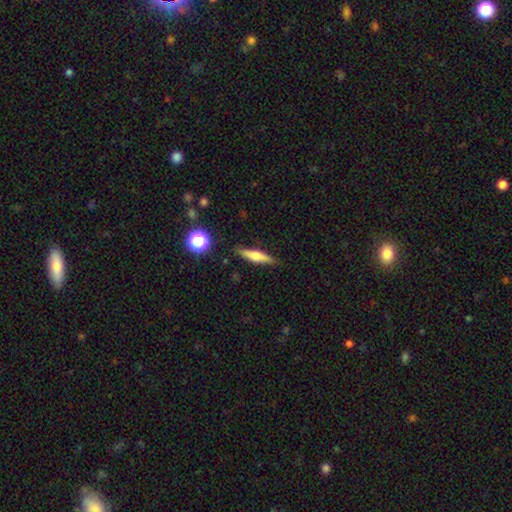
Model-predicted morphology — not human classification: Smooth or featured: smooth — 48% (featured or disk — 44%)
Merging: none — 87% (minor disturbance — 9%)